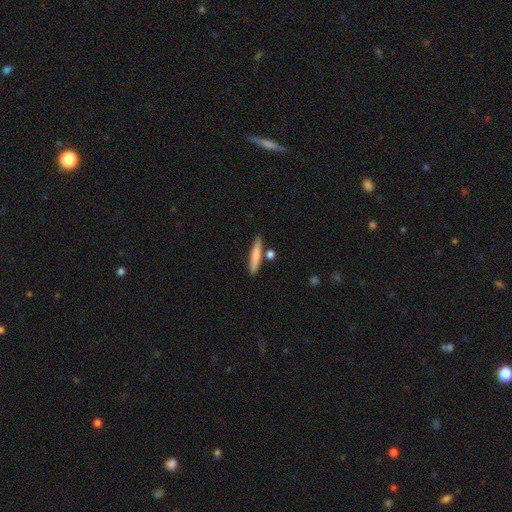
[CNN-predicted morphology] type=smooth (78%); roundness=cigar-shaped (88%); merging=none (79%).